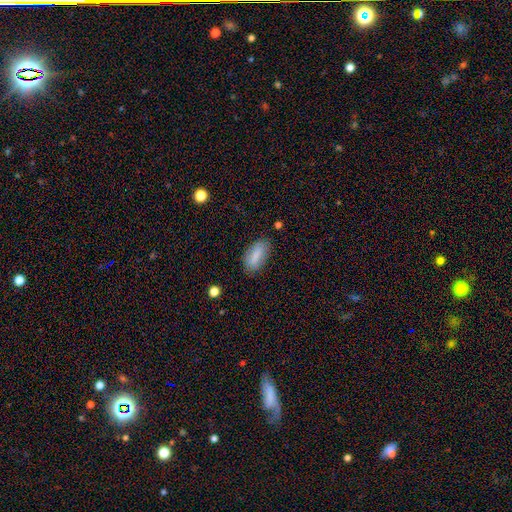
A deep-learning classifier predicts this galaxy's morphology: Overall: smooth (82%). How rounded: in between (85%). Merging: none (78%).